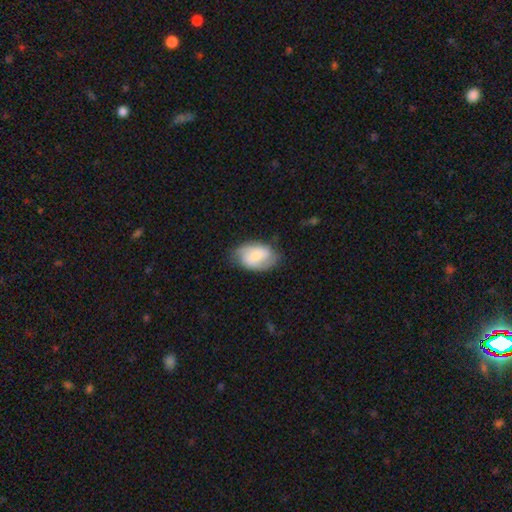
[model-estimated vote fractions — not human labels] A featured or disk galaxy (56%) with no bar (49%), spiral arms (88%) and a small central bulge (51%). Merging: none (71%).